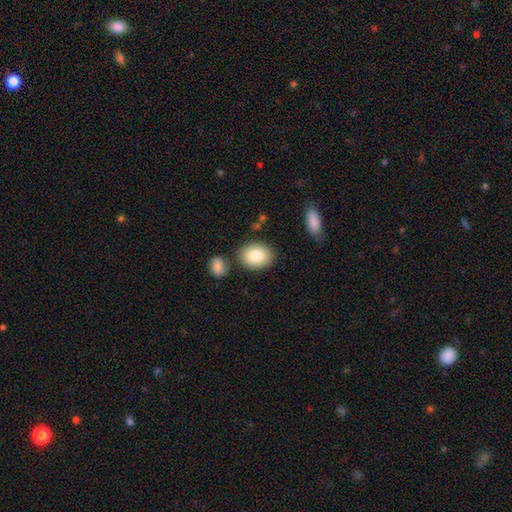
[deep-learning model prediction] Smooth or featured? Predicted: smooth (p=0.82). How rounded? Predicted: in between (p=0.61). Merging? Predicted: none (p=0.79).